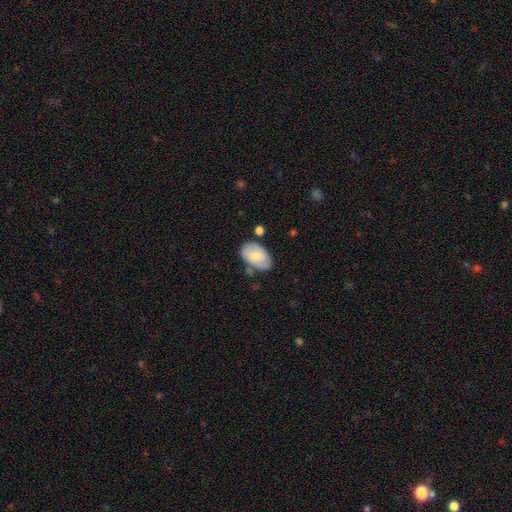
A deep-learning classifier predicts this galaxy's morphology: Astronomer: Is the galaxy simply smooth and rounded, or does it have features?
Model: smooth — 69%.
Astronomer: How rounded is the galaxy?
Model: in between — 92%.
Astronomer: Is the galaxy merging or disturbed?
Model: none — 67%.